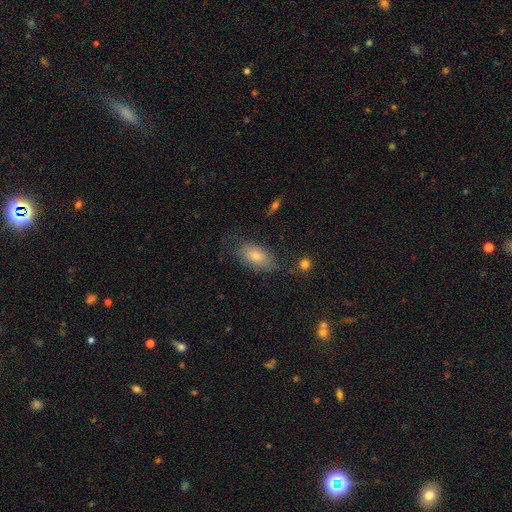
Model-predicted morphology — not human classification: This is likely a smooth galaxy (62%). How rounded: clearly in between (89%). Merging: possibly none (59%).